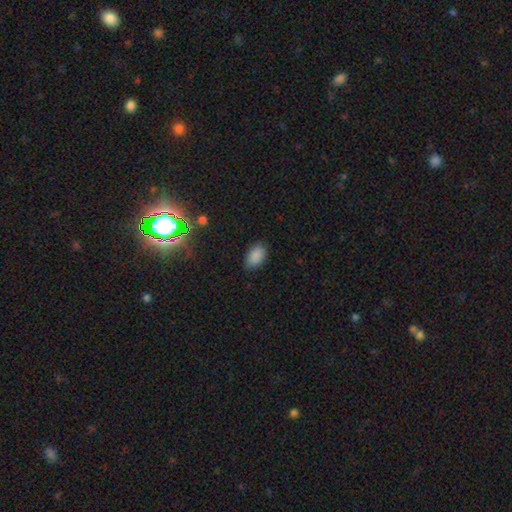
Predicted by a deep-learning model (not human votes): A smooth galaxy with no disk features (87%) that is in between round and cigar-shaped (91%). Merging: none (81%).